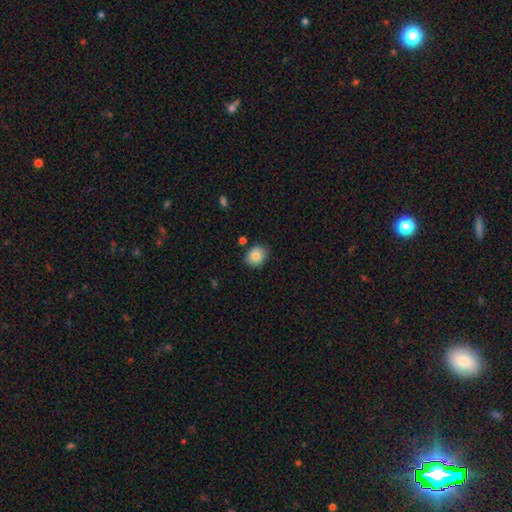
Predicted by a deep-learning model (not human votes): smooth-or-featured: smooth: 81% | featured or disk: 11% | star or artifact: 8%
  how-rounded: round: 63% | in between: 36% | cigar-shaped: 1%
  merging: none: 83% | minor disturbance: 12% | merger: 3% | major disturbance: 2%